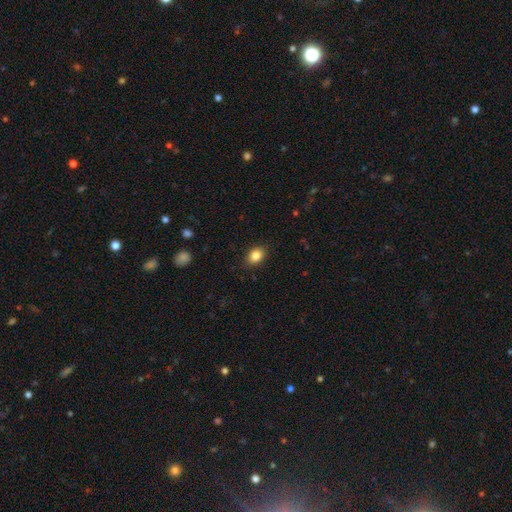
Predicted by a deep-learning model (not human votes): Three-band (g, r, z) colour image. It shows a smooth galaxy with no disk features (85%) that is in between round and cigar-shaped (73%). Merging: none (84%).